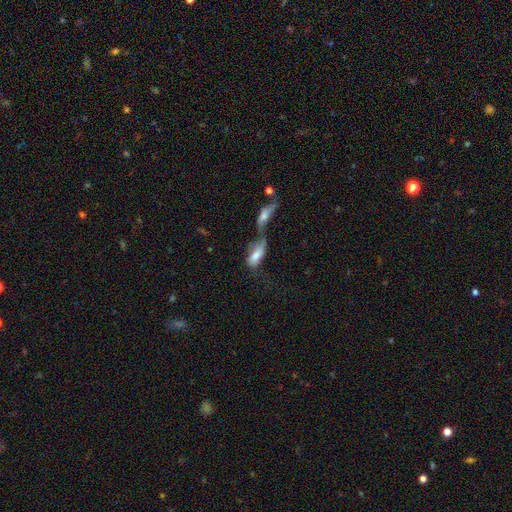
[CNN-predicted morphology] Smooth or featured? Predicted: smooth (p=0.69). How rounded? Predicted: in between (p=0.83). Merging? Predicted: merger (p=0.62).